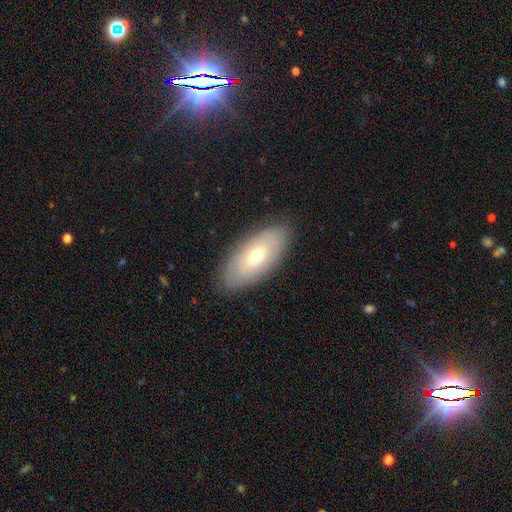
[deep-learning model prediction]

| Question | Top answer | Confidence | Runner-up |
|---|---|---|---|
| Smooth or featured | smooth | 58% | featured or disk (35%) |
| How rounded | in between | 89% | cigar-shaped (8%) |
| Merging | none | 85% | minor disturbance (11%) |